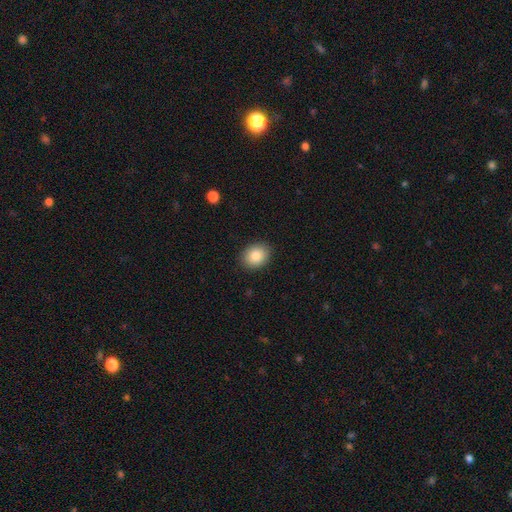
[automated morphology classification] This appears to be a smooth galaxy with no disk features (86%) that is in between round and cigar-shaped (50%). Merging: none (89%).